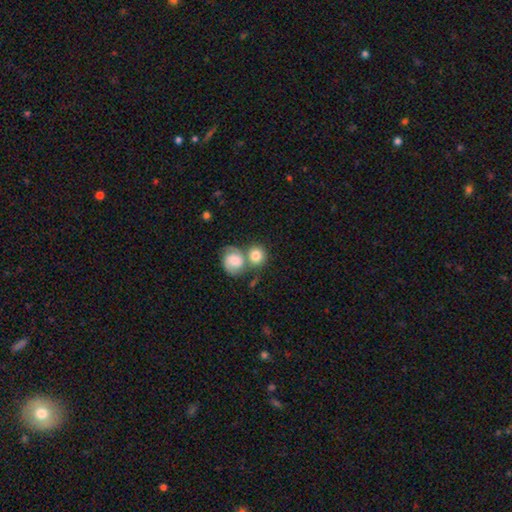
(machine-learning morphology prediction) Smooth or featured?
  - smooth: 74% *
  - featured or disk: 19%
  - star or artifact: 7%
How rounded?
  - round: 80% *
  - in between: 19%
  - cigar-shaped: 1%
Merging?
  - merger: 46% *
  - none: 40%
  - minor disturbance: 9%
  - major disturbance: 4%